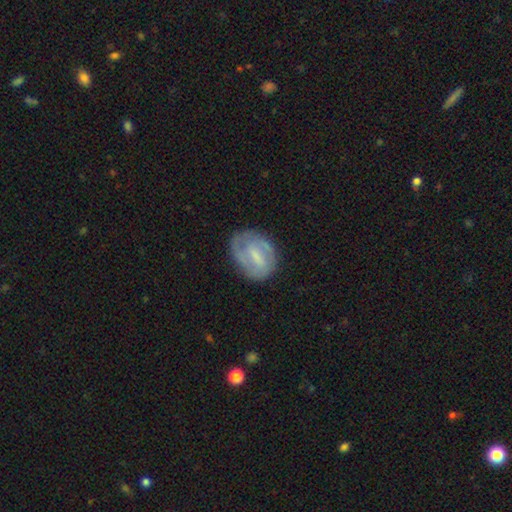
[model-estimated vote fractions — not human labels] Overall: featured or disk (57%; smooth 36%). Edge-on disk: no (96%). Bar: weak (49%; strong 31%). Spiral arms: yes (67%; no 33%). Bulge size: small (41%; none 27%). Merging: none (65%).